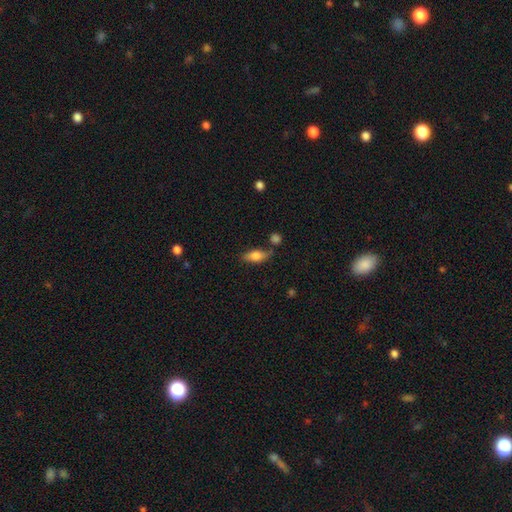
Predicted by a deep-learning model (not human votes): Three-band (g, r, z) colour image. It shows a smooth galaxy with no disk features (74%) that is in between round and cigar-shaped (78%). Merging: none (67%).